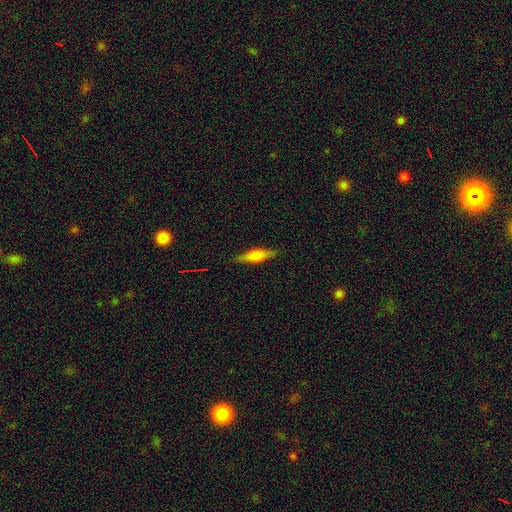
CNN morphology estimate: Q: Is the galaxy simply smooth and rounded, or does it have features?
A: smooth — 59%.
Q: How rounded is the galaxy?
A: cigar-shaped — 68%.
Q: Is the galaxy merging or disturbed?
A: none — 87%.